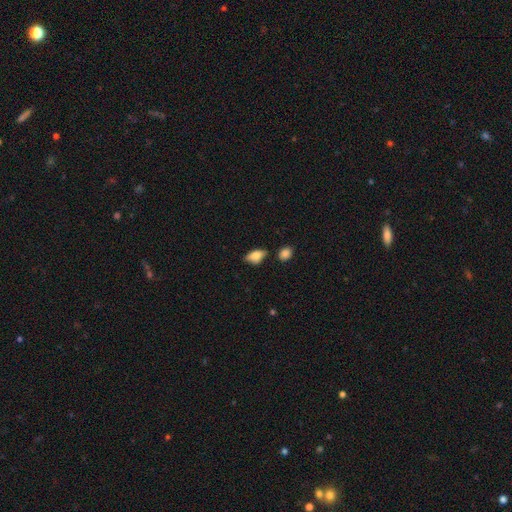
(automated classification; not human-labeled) This appears to be a smooth galaxy with no disk features (79%) that is in between round and cigar-shaped (88%). Merging: none (69%).